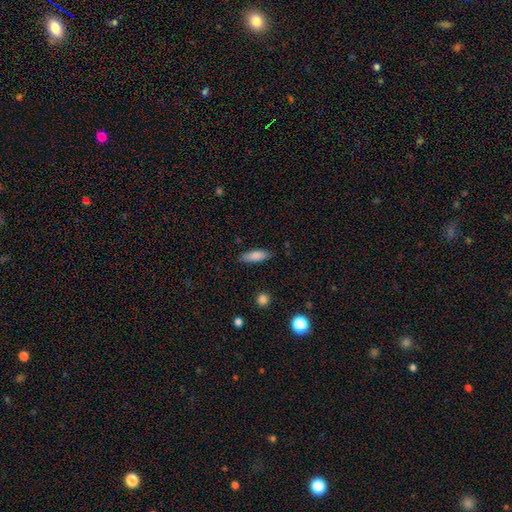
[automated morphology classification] This appears to be a smooth galaxy with no disk features (84%) that is in between round and cigar-shaped (61%). Merging: none (83%).